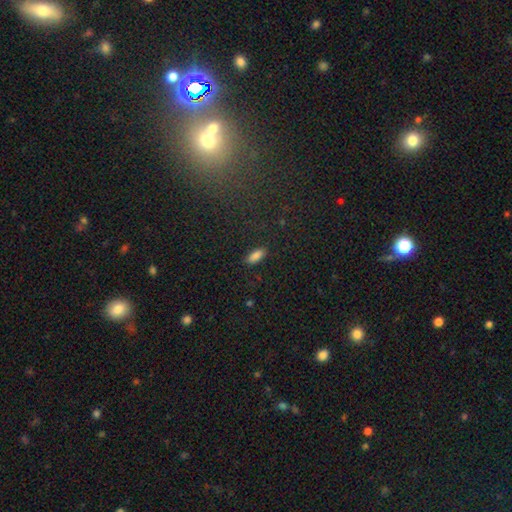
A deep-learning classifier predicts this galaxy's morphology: Smooth or featured? Predicted: smooth (p=0.85). How rounded? Predicted: in between (p=0.82). Merging? Predicted: none (p=0.87).